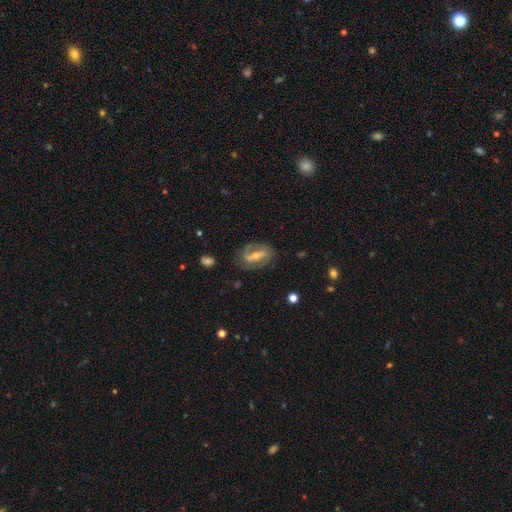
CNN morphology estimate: Smooth or featured? featured or disk (80%)
Edge-on disk? no (93%)
Bar? strong (62%)
Spiral arms? yes (85%)
Spiral winding? medium (44%)
Spiral arm count? 2 (82%)
Bulge size? moderate (48%)
Merging? none (75%)